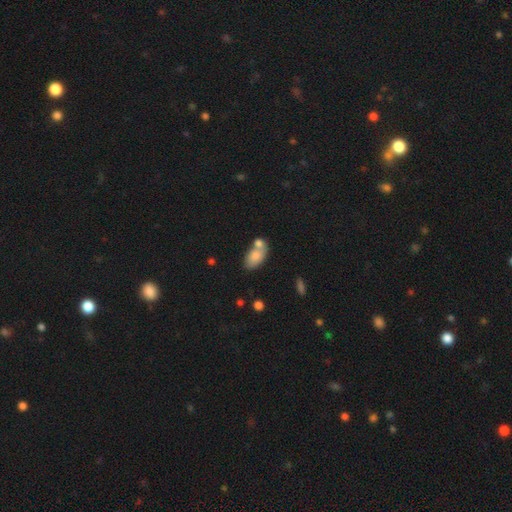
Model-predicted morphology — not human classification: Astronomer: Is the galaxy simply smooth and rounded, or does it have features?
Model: smooth — 78%.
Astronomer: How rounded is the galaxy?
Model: in between — 91%.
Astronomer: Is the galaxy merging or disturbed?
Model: merger — 42% (runner-up: none, 40%).